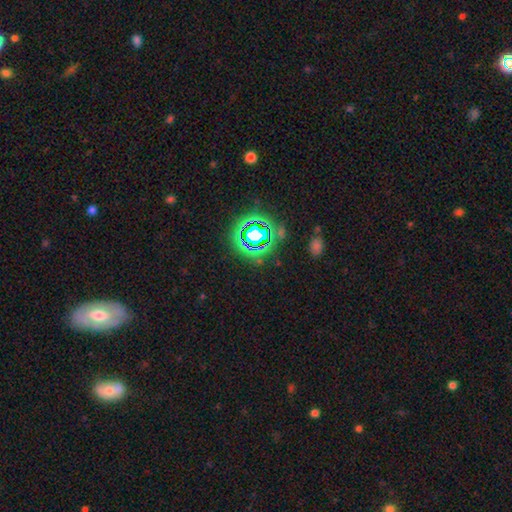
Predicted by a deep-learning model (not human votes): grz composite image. It shows a star or artifact, not a galaxy (72%).